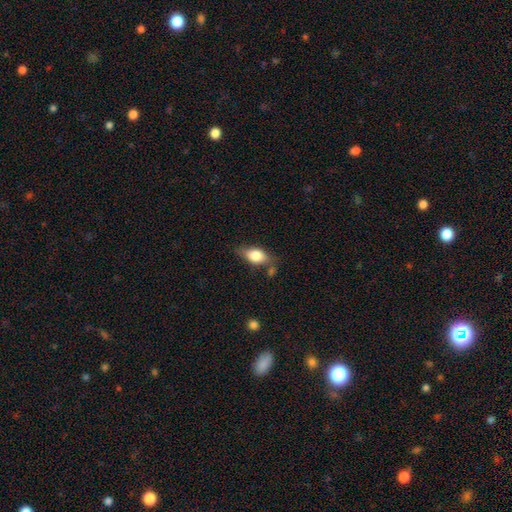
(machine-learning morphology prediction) smooth 74%, featured or disk 18%, star or artifact 7%. Down the decision tree: how rounded — in between (83%); merging — none (61%).